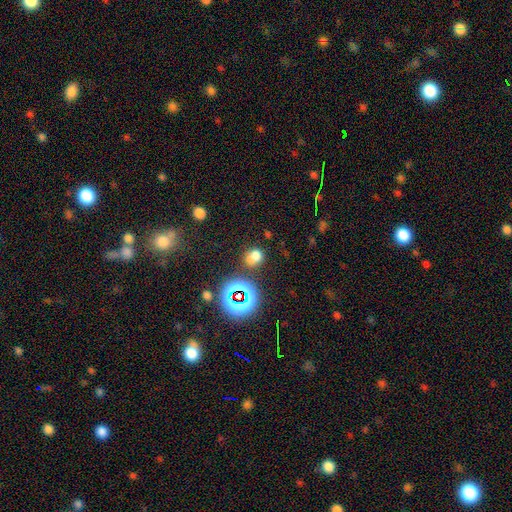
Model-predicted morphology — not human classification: smooth_or_featured: smooth (p=0.64) [alt: star or artifact p=0.26]
how_rounded: round (p=0.57) [alt: in between p=0.41]
merging: none (p=0.56) [alt: merger p=0.18]